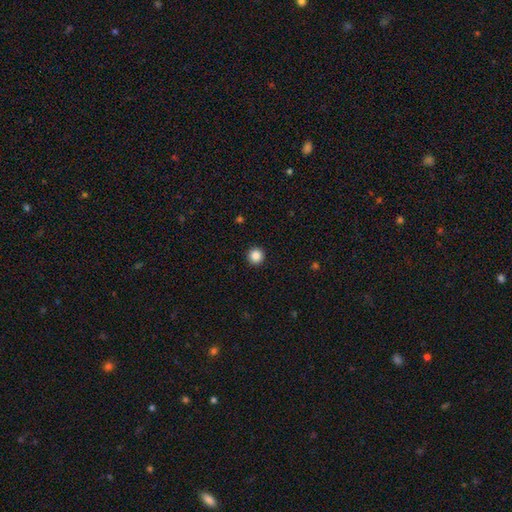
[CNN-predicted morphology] A smooth galaxy with no disk features (87%) that is round (96%).

Vote fractions:
- Smooth or featured? smooth: 87% / star or artifact: 10% / featured or disk: 3%
- How rounded? round: 96% / in between: 3% / cigar-shaped: 1%
- Merging? none: 93% / minor disturbance: 4% / major disturbance: 2% / merger: 1%